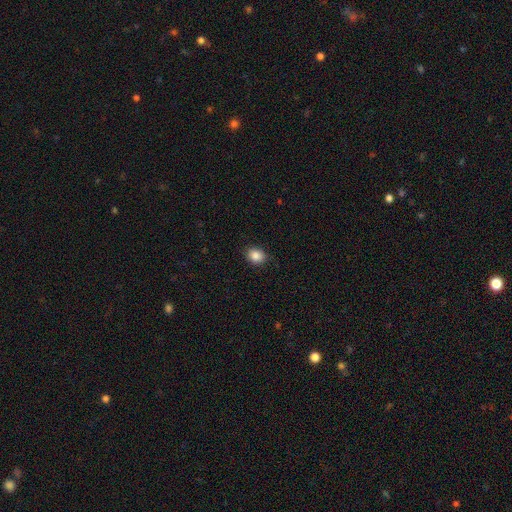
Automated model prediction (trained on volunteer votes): Morphology: type=smooth (87%); roundness=round (50%); merging=none (87%).